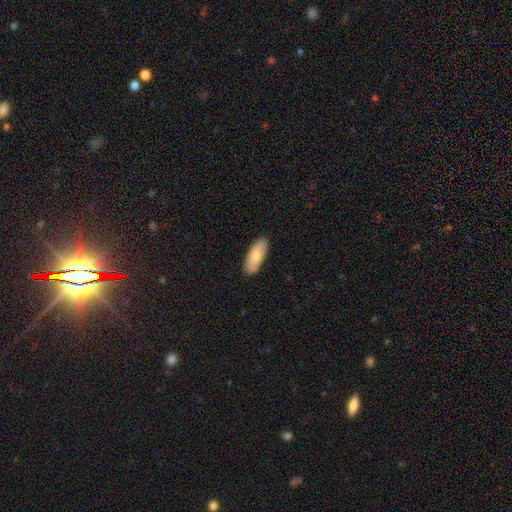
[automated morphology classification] smooth-or-featured: smooth: 78% | featured or disk: 17% | star or artifact: 5%
  how-rounded: in between: 76% | cigar-shaped: 22% | round: 2%
  merging: none: 86% | minor disturbance: 11% | major disturbance: 2% | merger: 1%